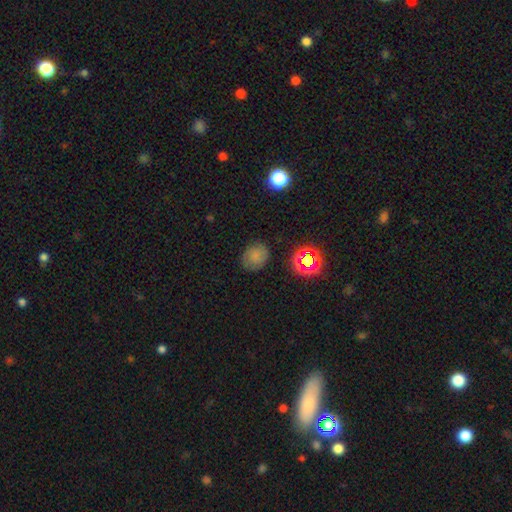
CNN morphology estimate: A smooth galaxy with no disk features (66%) that is round (65%). Merging: none (78%).